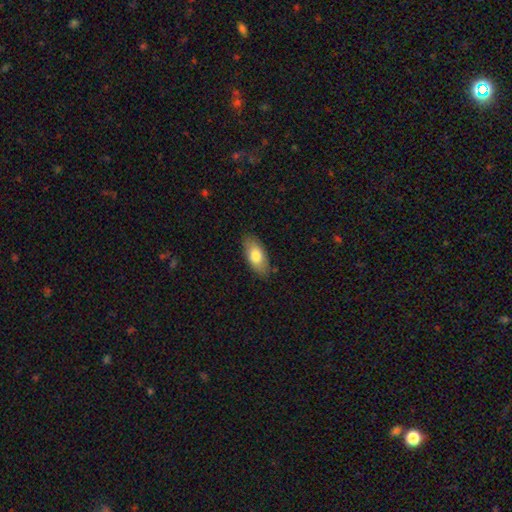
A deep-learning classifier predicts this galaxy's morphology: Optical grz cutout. It shows a smooth galaxy with no disk features (78%) that is in between round and cigar-shaped (90%). Merging: none (83%).